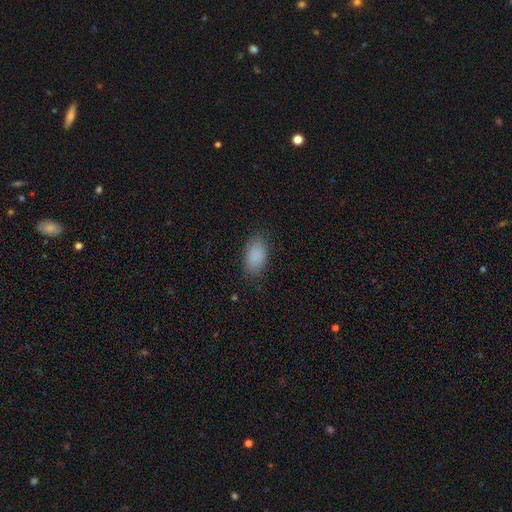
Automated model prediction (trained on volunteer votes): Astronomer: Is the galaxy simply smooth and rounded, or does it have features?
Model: smooth — 88%.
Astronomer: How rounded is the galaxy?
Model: in between — 91%.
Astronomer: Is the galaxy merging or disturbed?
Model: none — 83%.